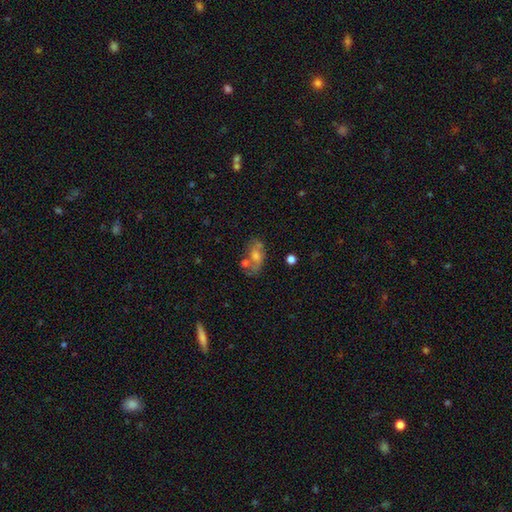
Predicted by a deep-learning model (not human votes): smooth_or_featured: featured or disk (p=0.44) [alt: smooth p=0.41]
merging: none (p=0.54) [alt: minor disturbance p=0.19]